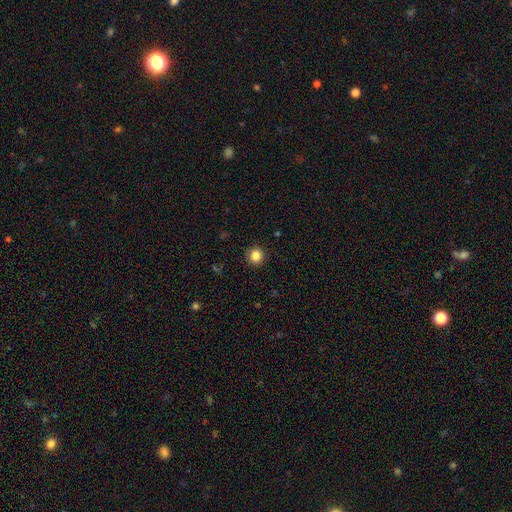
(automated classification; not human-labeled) Q: Smooth or featured?
A: smooth (85%); runner-up: star or artifact (11%)
Q: How rounded?
A: round (94%); runner-up: in between (5%)
Q: Merging?
A: none (92%); runner-up: minor disturbance (5%)